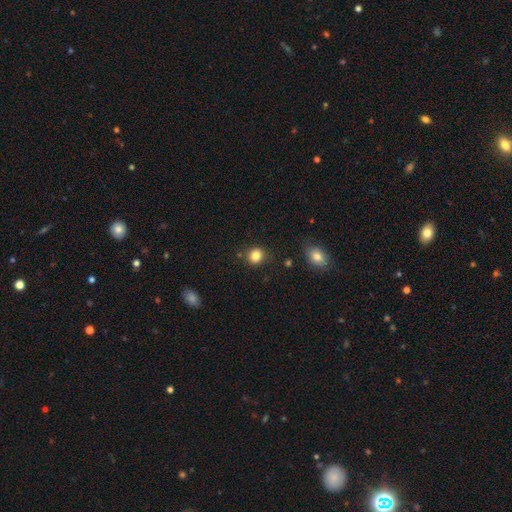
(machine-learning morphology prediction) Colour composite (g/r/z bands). It shows a smooth galaxy with no disk features (84%) that is round (79%). Merging: none (84%).